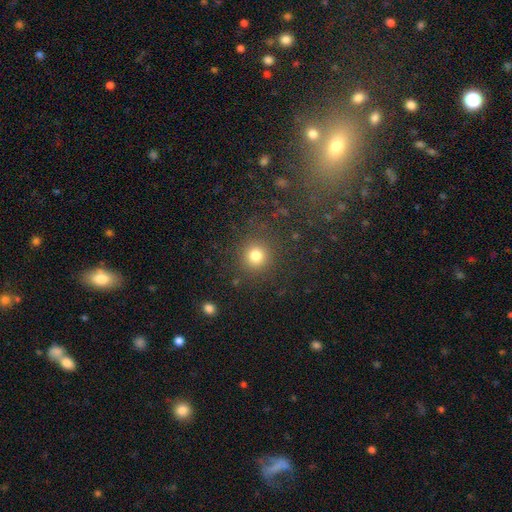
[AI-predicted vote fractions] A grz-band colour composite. It shows a smooth galaxy with no disk features (79%) that is round (92%). Merging: none (86%).